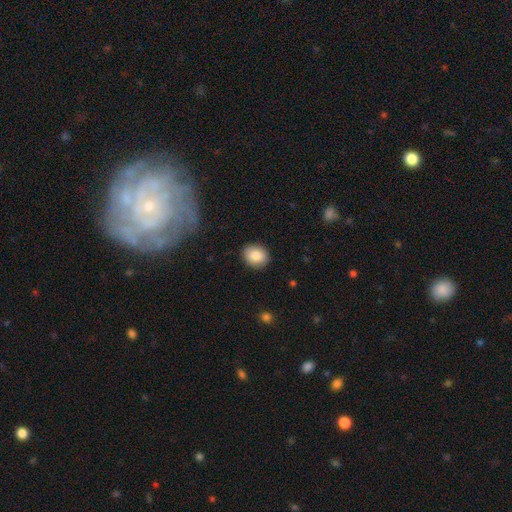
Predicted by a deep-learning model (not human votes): Smooth or featured?
  - smooth: 85% *
  - star or artifact: 8%
  - featured or disk: 7%
How rounded?
  - round: 64% *
  - in between: 35%
  - cigar-shaped: 1%
Merging?
  - none: 89% *
  - minor disturbance: 8%
  - major disturbance: 2%
  - merger: 1%